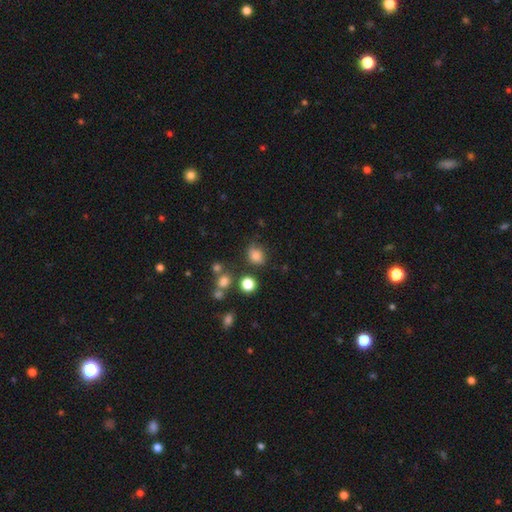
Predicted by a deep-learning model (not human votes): smooth 80%, star or artifact 14%, featured or disk 6%. Down the decision tree: how rounded — round (54%); merging — none (71%).